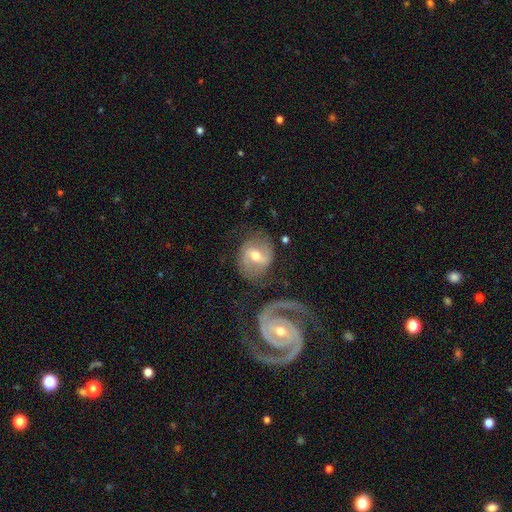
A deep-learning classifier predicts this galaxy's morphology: The model was most divided on "bar": weak: 44%, strong: 40%, no: 16%. Remaining: edge-on disk — no (96%); spiral arms — yes (87%); spiral arm count — 2 (84%); smooth or featured — featured or disk (75%); bulge size — moderate (69%); merging — none (66%); spiral winding — medium (46%).